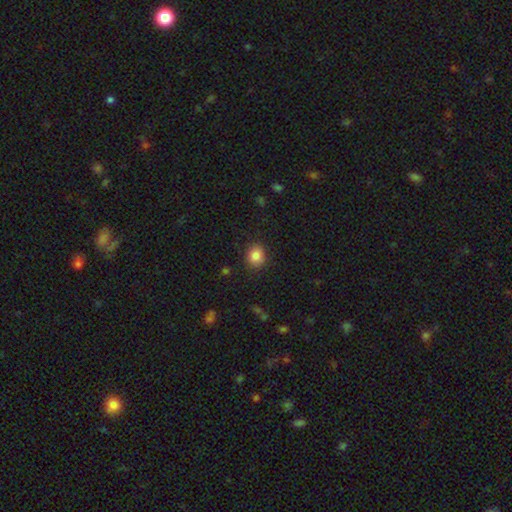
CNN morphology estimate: smooth-or-featured: smooth: 85% | star or artifact: 10% | featured or disk: 5%
  how-rounded: round: 73% | in between: 26% | cigar-shaped: 1%
  merging: none: 88% | minor disturbance: 8% | major disturbance: 2% | merger: 1%